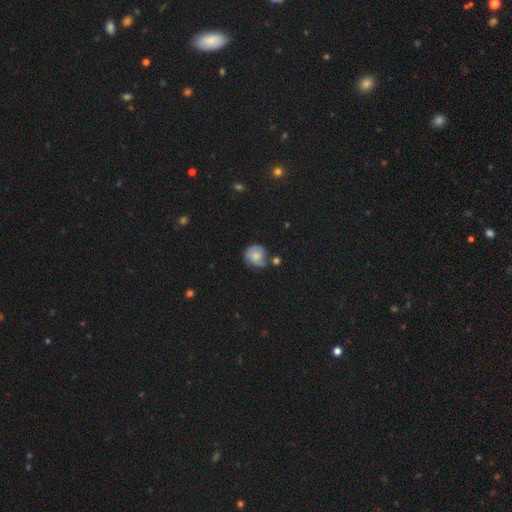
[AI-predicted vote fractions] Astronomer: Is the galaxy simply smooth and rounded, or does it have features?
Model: smooth — 52% (runner-up: featured or disk, 40%).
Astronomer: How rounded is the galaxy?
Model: round — 79%.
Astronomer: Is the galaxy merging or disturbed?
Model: none — 52% (runner-up: minor disturbance, 28%).